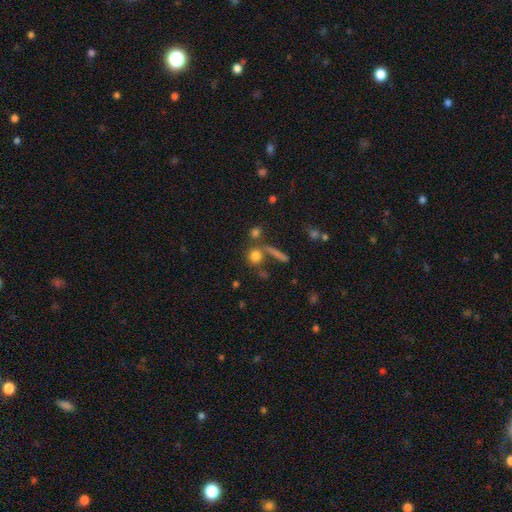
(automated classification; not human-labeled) Smooth or featured?
  - smooth: 77% *
  - star or artifact: 13%
  - featured or disk: 10%
How rounded?
  - round: 80% *
  - in between: 13%
  - cigar-shaped: 6%
Merging?
  - none: 65% *
  - merger: 20%
  - minor disturbance: 10%
  - major disturbance: 5%